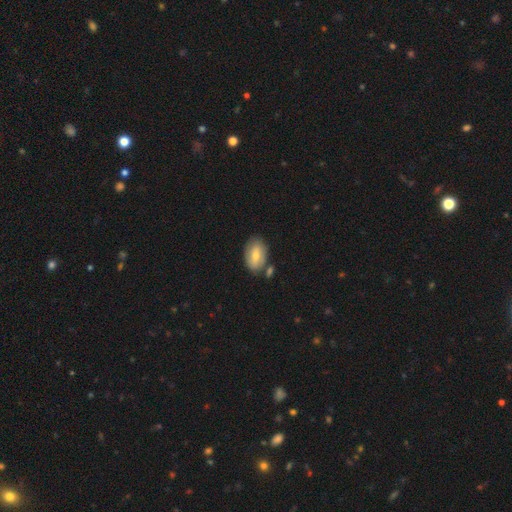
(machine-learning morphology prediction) Overall: smooth (66%; featured or disk 28%). How rounded: in between (88%). Merging: none (66%).